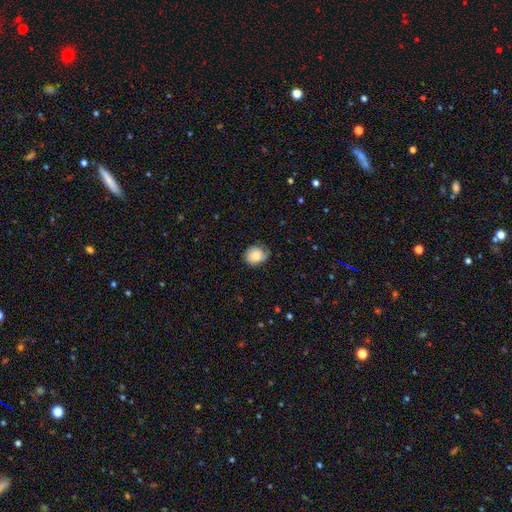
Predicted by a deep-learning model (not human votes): Q: Smooth or featured?
A: smooth (75%); runner-up: featured or disk (17%)
Q: How rounded?
A: round (66%); runner-up: in between (33%)
Q: Merging?
A: none (61%); runner-up: minor disturbance (30%)